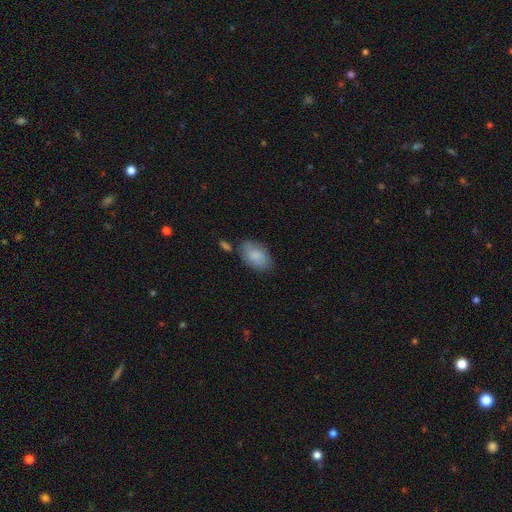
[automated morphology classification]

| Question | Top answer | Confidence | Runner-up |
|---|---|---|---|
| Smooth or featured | smooth | 83% | featured or disk (11%) |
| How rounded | in between | 92% | round (6%) |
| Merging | none | 73% | minor disturbance (18%) |